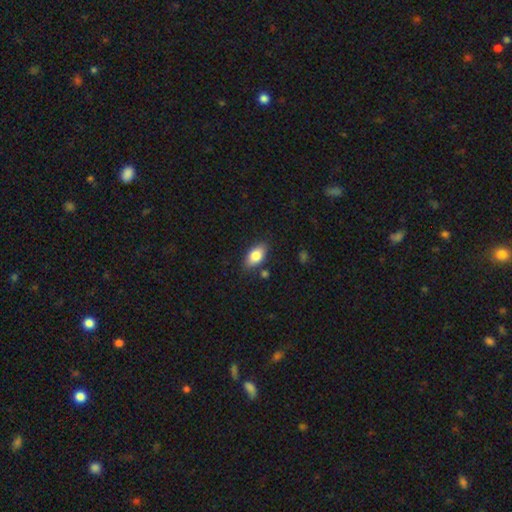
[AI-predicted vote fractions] Morphology: type=smooth (82%); roundness=in between (91%); merging=none (82%).